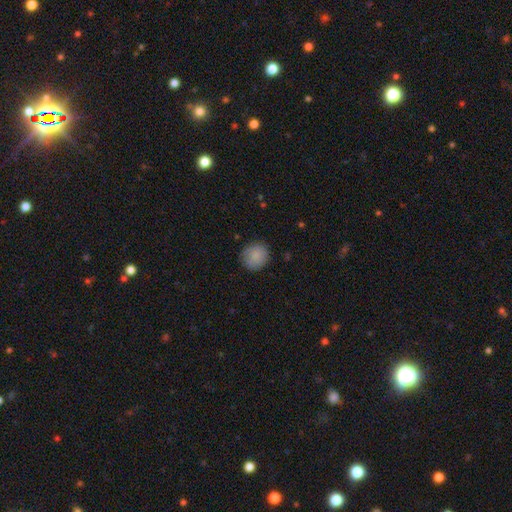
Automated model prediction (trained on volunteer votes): smooth-or-featured: smooth: 87% | star or artifact: 8% | featured or disk: 6%
  how-rounded: round: 86% | in between: 13% | cigar-shaped: 1%
  merging: none: 84% | minor disturbance: 12% | major disturbance: 3% | merger: 1%